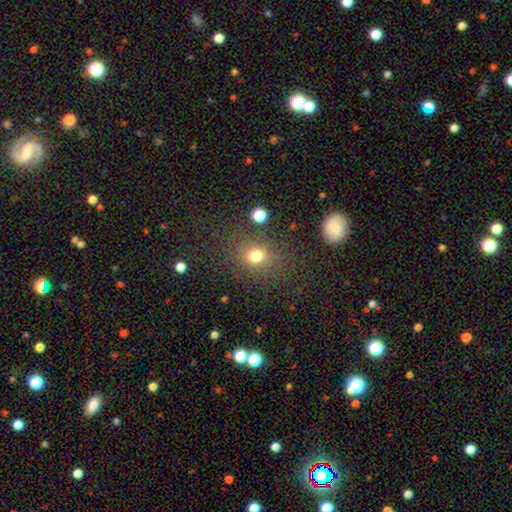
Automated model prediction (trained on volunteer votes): This appears to be a smooth galaxy with no disk features (75%) that is round (64%). Merging: none (79%).